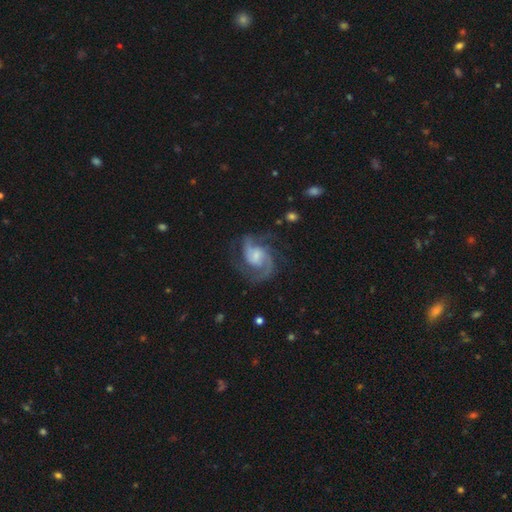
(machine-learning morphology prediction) type=featured or disk (89%); edge-on=no (98%); bar=no (52%); spiral arms=yes (97%); winding=medium (55%); arm count=2 (47%); bulge=small (37%); merging=none (67%).